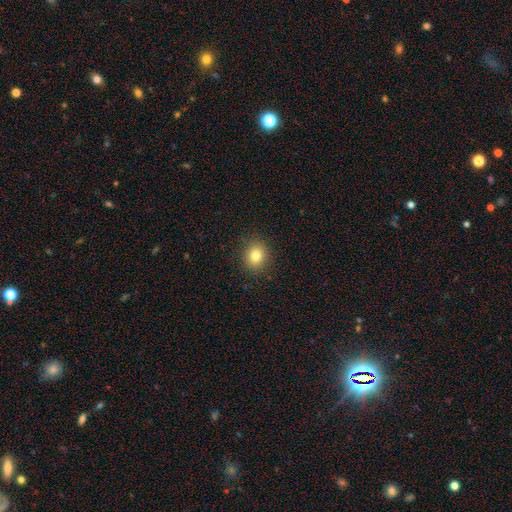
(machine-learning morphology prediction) Smooth or featured? smooth (81%)
How rounded? round (71%)
Merging? none (89%)